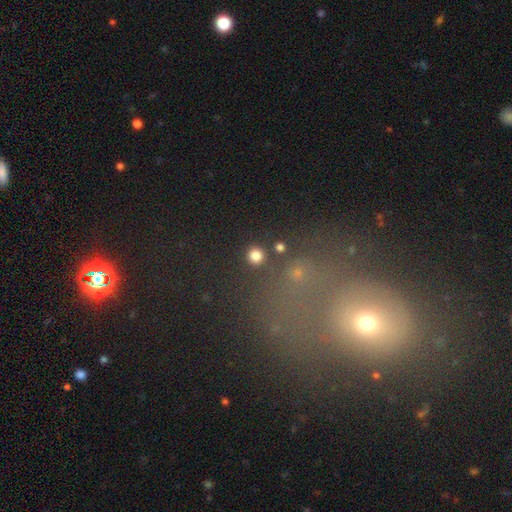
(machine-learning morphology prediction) smooth-or-featured: smooth: 82% | star or artifact: 13% | featured or disk: 4%
  how-rounded: round: 96% | in between: 3% | cigar-shaped: 1%
  merging: none: 89% | minor disturbance: 5% | merger: 4% | major disturbance: 2%